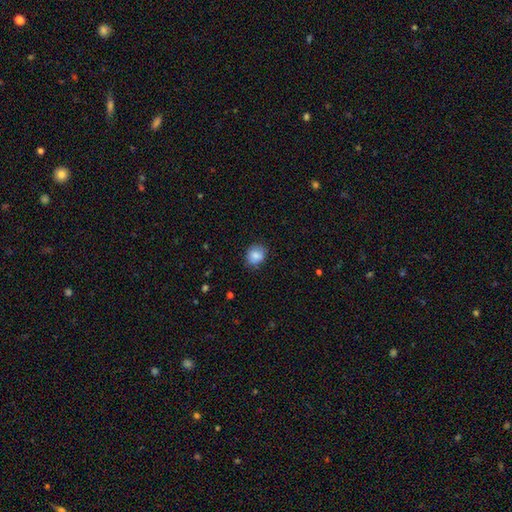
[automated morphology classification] Smooth or featured: smooth — 84% (star or artifact — 8%)
How rounded: round — 70% (in between — 29%)
Merging: none — 79% (minor disturbance — 16%)